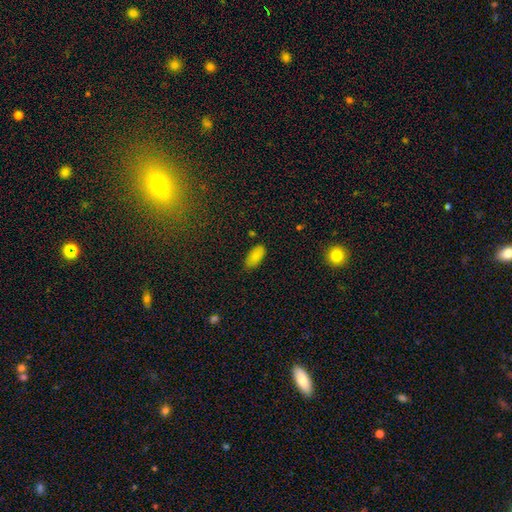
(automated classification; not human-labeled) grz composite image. It shows a smooth galaxy with no disk features (85%) that is in between round and cigar-shaped (92%). Merging: none (81%).